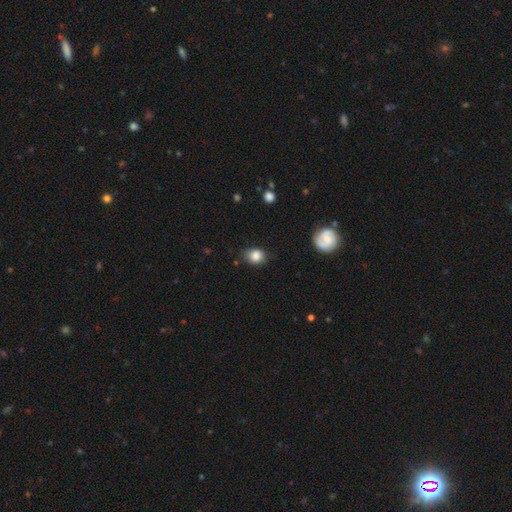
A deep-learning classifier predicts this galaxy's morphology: This is clearly a smooth galaxy (85%). How rounded: possibly round (60%). Merging: likely none (75%).